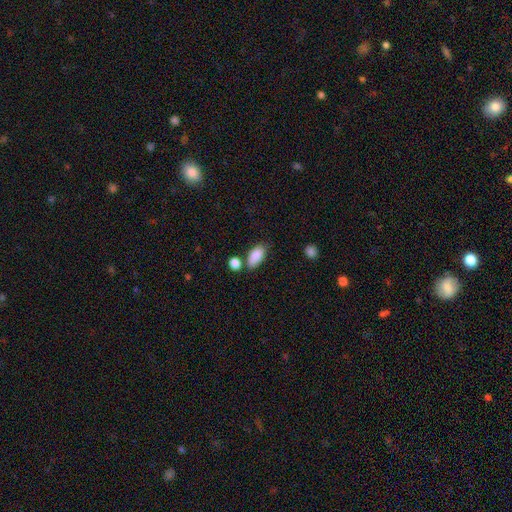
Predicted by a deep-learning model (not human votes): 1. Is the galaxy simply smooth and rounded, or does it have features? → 87% smooth, 7% star or artifact, 6% featured or disk.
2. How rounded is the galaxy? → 91% in between, 5% cigar-shaped, 4% round.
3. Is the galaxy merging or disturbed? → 64% none, 17% minor disturbance, 14% merger, 4% major disturbance.